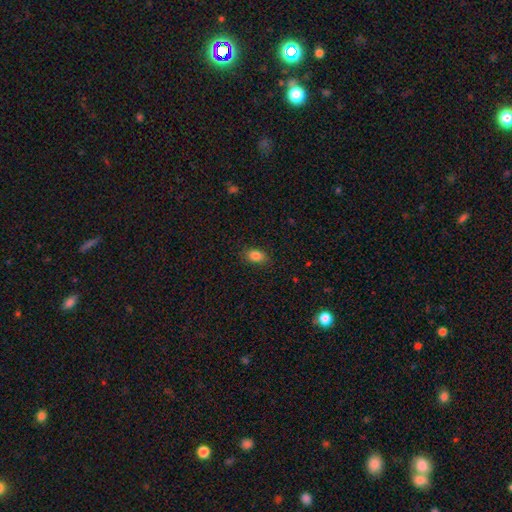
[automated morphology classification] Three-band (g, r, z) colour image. It shows a smooth galaxy with no disk features (84%) that is in between round and cigar-shaped (85%). Merging: none (87%).